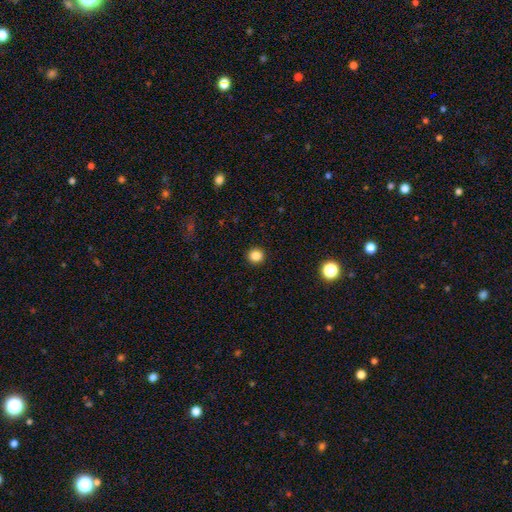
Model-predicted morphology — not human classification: smooth_or_featured: smooth (p=0.85) [alt: star or artifact p=0.11]
how_rounded: round (p=0.94) [alt: in between p=0.05]
merging: none (p=0.93) [alt: minor disturbance p=0.04]